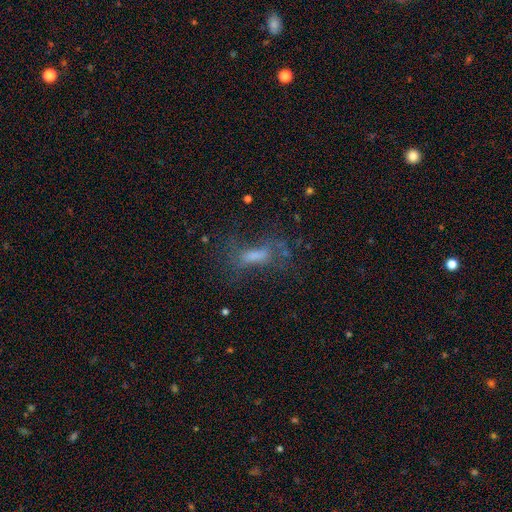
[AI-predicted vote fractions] A featured or disk galaxy (41%).

Vote fractions:
- Smooth or featured? featured or disk: 41% / smooth: 40% / star or artifact: 19%
- Merging? none: 49% / major disturbance: 27% / minor disturbance: 20% / merger: 4%